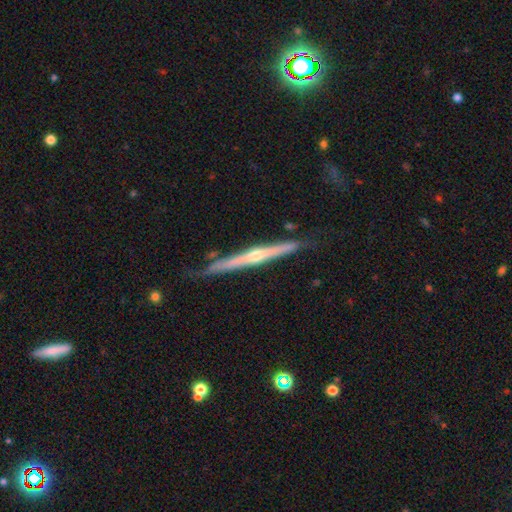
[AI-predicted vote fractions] smooth_or_featured: featured or disk (p=0.79) [alt: smooth p=0.16]
disk_edge_on: yes (p=0.97) [alt: no p=0.03]
edge_on_bulge: rounded (p=0.81) [alt: none p=0.16]
merging: none (p=0.80) [alt: minor disturbance p=0.15]